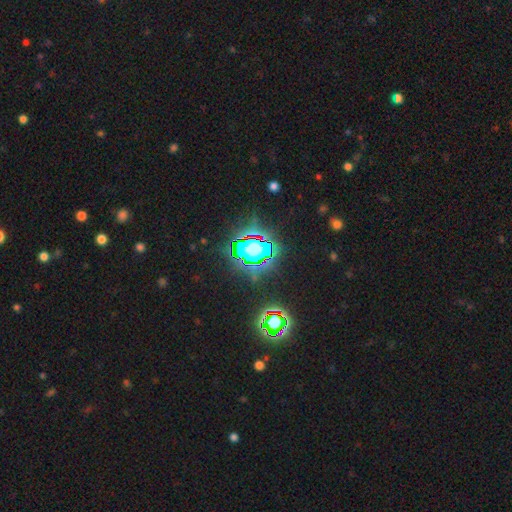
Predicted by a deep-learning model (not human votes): Smooth or featured?
  - star or artifact: 81% *
  - smooth: 12%
  - featured or disk: 8%